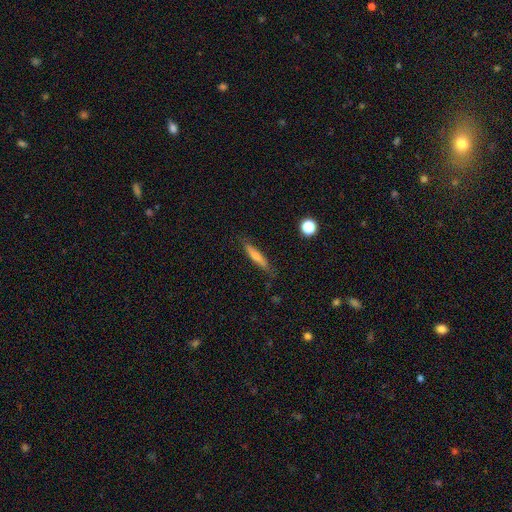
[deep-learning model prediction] Smooth or featured? smooth (59%)
How rounded? cigar-shaped (89%)
Merging? none (81%)